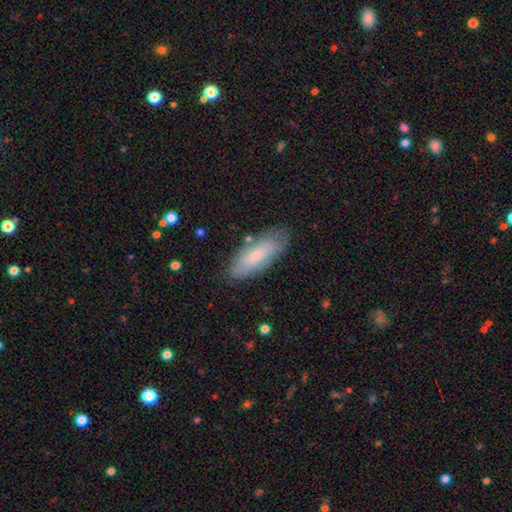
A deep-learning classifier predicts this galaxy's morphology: smooth-or-featured: smooth: 68% | featured or disk: 25% | star or artifact: 6%
  how-rounded: in between: 68% | cigar-shaped: 30% | round: 2%
  merging: none: 77% | minor disturbance: 17% | major disturbance: 4% | merger: 2%